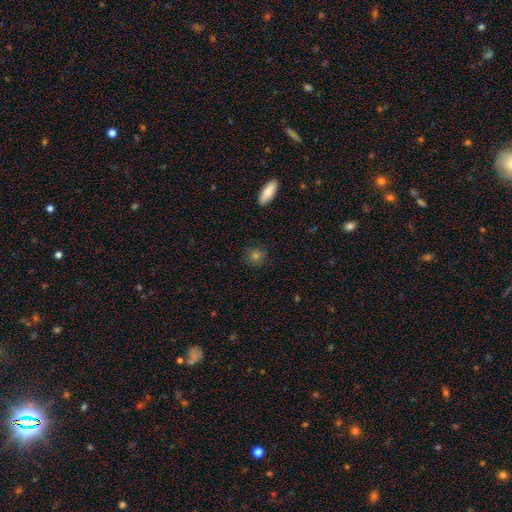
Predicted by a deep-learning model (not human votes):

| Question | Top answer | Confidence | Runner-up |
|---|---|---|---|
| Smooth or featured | smooth | 76% | star or artifact (14%) |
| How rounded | round | 83% | in between (15%) |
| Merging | none | 88% | minor disturbance (9%) |